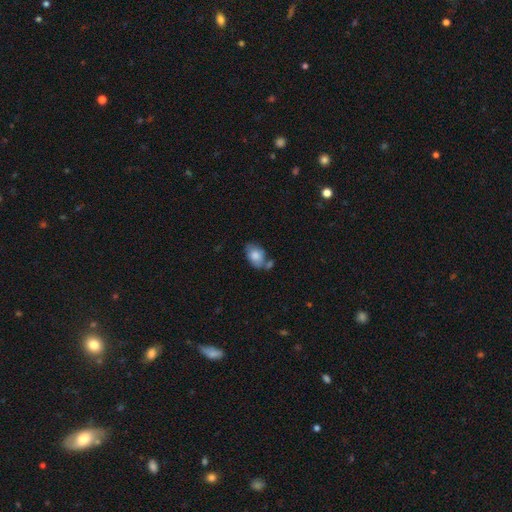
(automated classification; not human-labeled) smooth_or_featured: smooth (p=0.77) [alt: featured or disk p=0.16]
how_rounded: in between (p=0.86) [alt: round p=0.13]
merging: none (p=0.49) [alt: merger p=0.22]